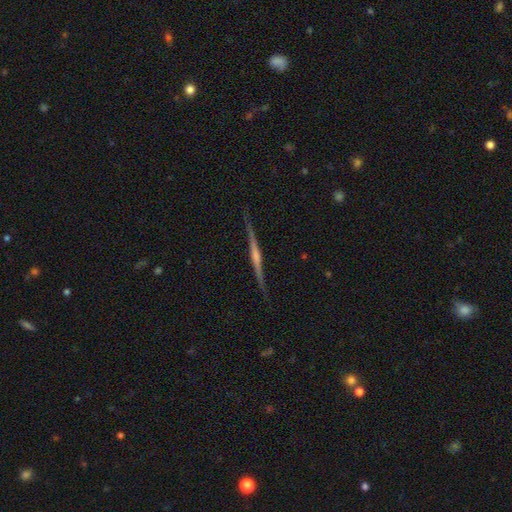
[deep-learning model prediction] This is clearly a featured or disk galaxy (83%). It is clearly viewed edge-on (98%). Edge-on bulge: likely rounded (72%). Merging: clearly none (90%).